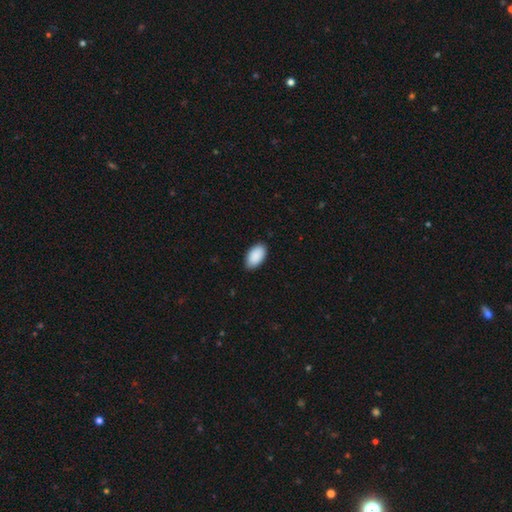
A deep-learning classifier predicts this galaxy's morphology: Smooth or featured? smooth (91%)
How rounded? in between (96%)
Merging? none (87%)